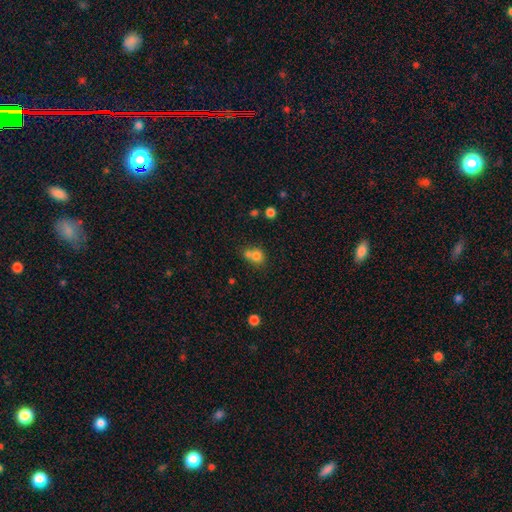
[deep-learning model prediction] Smooth or featured? Predicted: smooth (p=0.75). How rounded? Predicted: round (p=0.77). Merging? Predicted: merger (p=0.52).